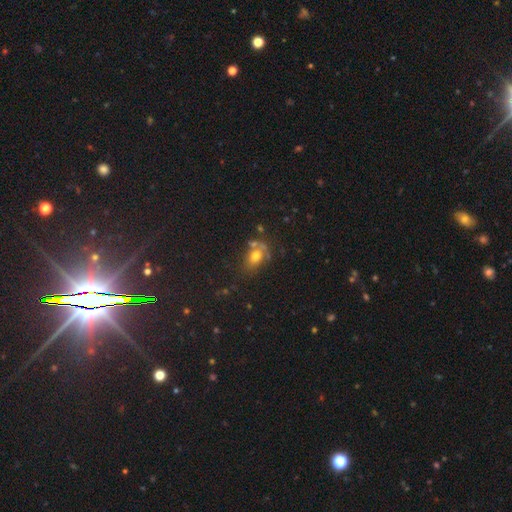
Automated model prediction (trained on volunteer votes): Morphology: type=smooth (65%); roundness=in between (72%); merging=none (46%).